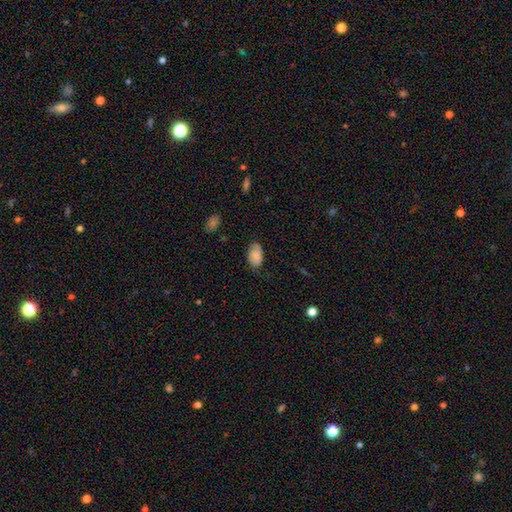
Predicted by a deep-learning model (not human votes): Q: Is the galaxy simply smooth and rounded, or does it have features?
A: smooth — 78%.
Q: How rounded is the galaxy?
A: in between — 93%.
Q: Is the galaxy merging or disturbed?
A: none — 70%.